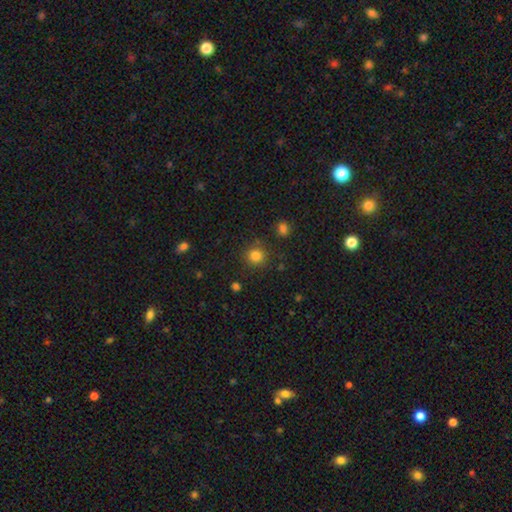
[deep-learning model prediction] Overall: smooth (82%). How rounded: round (92%). Merging: none (84%).